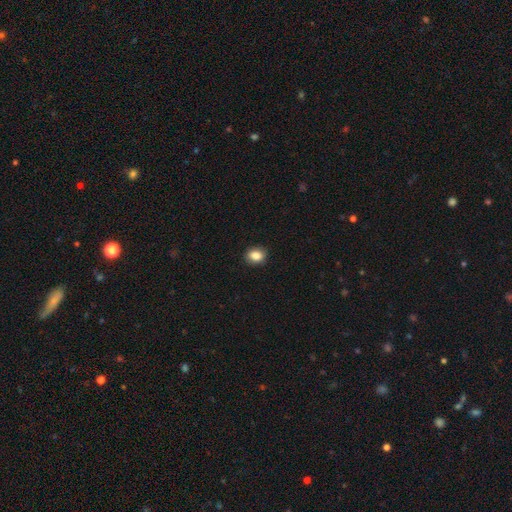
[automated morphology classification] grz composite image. It shows a smooth galaxy with no disk features (86%) that is in between round and cigar-shaped (58%). Merging: none (87%).